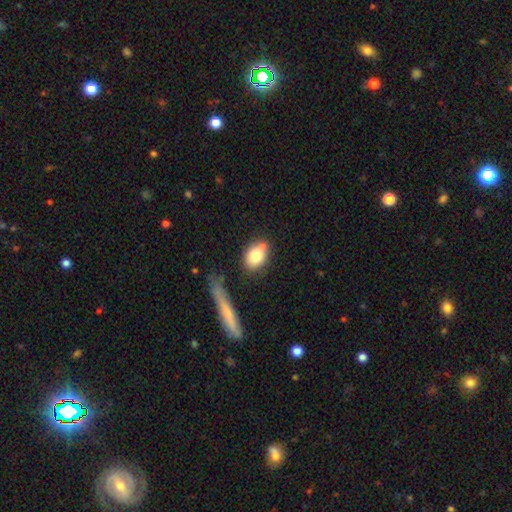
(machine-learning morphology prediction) smooth-or-featured: smooth: 78% | featured or disk: 14% | star or artifact: 8%
  how-rounded: in between: 69% | round: 29% | cigar-shaped: 2%
  merging: none: 62% | merger: 17% | minor disturbance: 16% | major disturbance: 5%